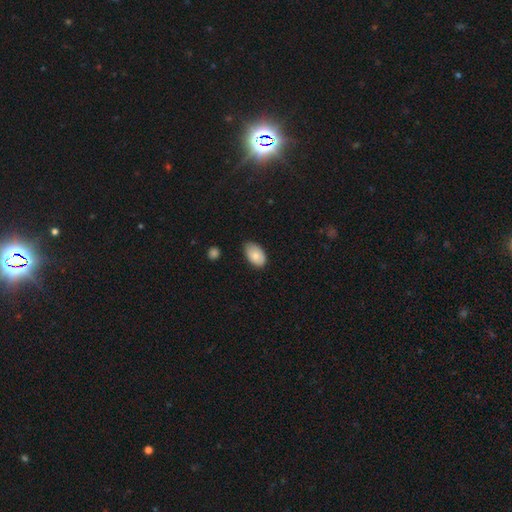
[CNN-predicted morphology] smooth-or-featured: smooth: 81% | featured or disk: 12% | star or artifact: 7%
  how-rounded: in between: 93% | round: 5% | cigar-shaped: 1%
  merging: none: 71% | minor disturbance: 24% | major disturbance: 3% | merger: 1%